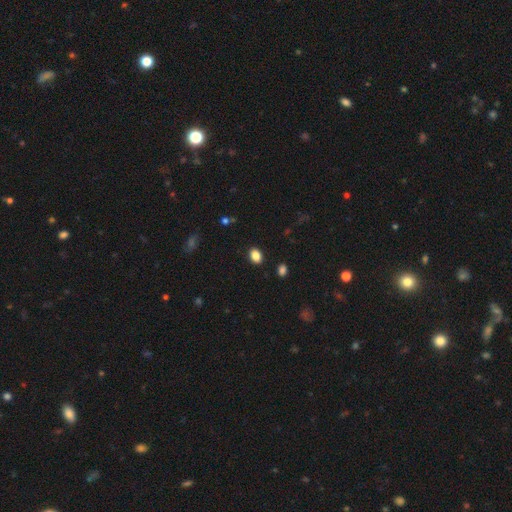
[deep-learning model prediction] smooth 86%, star or artifact 10%, featured or disk 4%. Down the decision tree: how rounded — in between (74%); merging — none (89%).